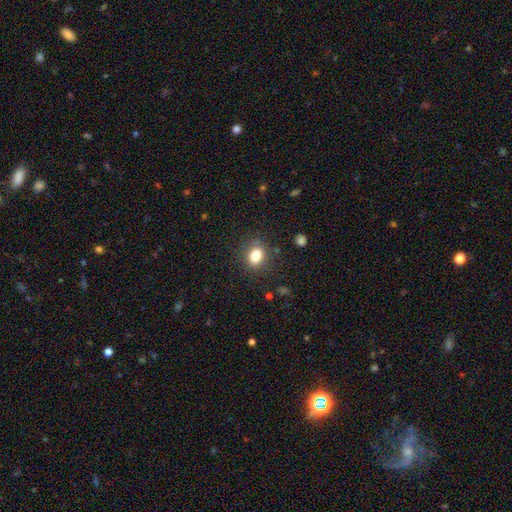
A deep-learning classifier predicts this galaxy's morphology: Smooth or featured?
  - smooth: 82% *
  - star or artifact: 10%
  - featured or disk: 7%
How rounded?
  - in between: 62% *
  - round: 37%
  - cigar-shaped: 1%
Merging?
  - none: 83% *
  - minor disturbance: 12%
  - major disturbance: 4%
  - merger: 1%